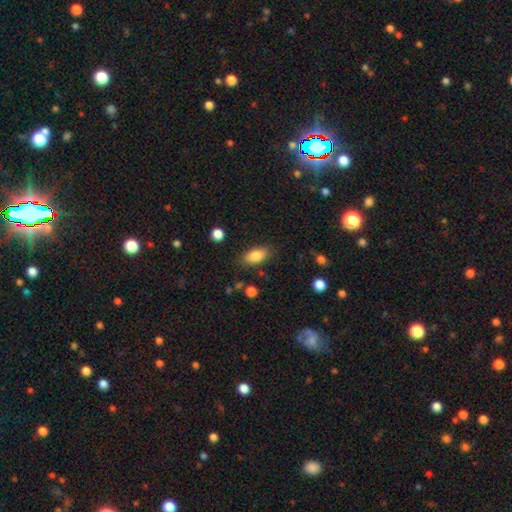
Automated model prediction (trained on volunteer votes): The model was most divided on "merging": none: 82%, minor disturbance: 13%, major disturbance: 4%, merger: 2%. More confident: how rounded — in between (91%); smooth or featured — smooth (85%).